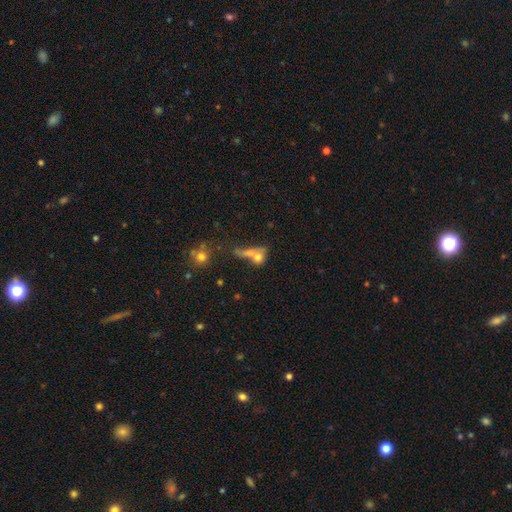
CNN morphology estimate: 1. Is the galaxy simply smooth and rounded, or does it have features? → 66% smooth, 21% featured or disk, 13% star or artifact.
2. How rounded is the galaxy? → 49% round, 40% in between, 11% cigar-shaped.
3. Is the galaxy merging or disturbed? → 55% merger, 25% none, 11% major disturbance, 9% minor disturbance.